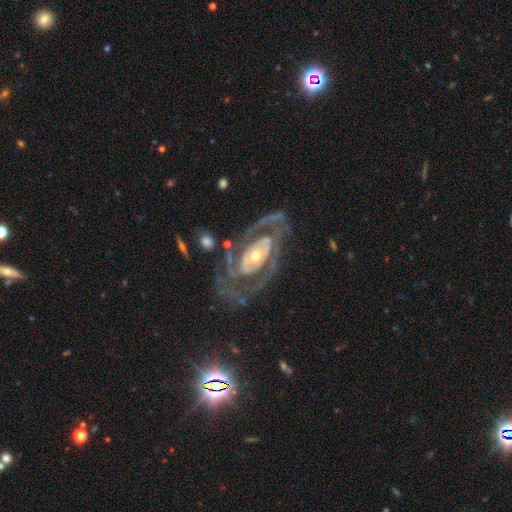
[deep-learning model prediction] Smooth or featured?
  - featured or disk: 89% *
  - smooth: 6%
  - star or artifact: 4%
Edge-on disk?
  - no: 95% *
  - yes: 5%
Bar?
  - no: 60% *
  - weak: 23%
  - strong: 17%
Spiral arms?
  - yes: 89% *
  - no: 11%
Spiral winding?
  - tight: 51% *
  - medium: 36%
  - loose: 12%
Spiral arm count?
  - 2: 69% *
  - can't tell: 13%
  - 3: 7%
  - 1: 5%
  - 4: 3%
  - more than 4: 3%
Bulge size?
  - moderate: 55% *
  - small: 38%
  - large: 5%
  - dominant: 1%
  - none: 1%
Merging?
  - none: 67% *
  - minor disturbance: 16%
  - major disturbance: 14%
  - merger: 3%